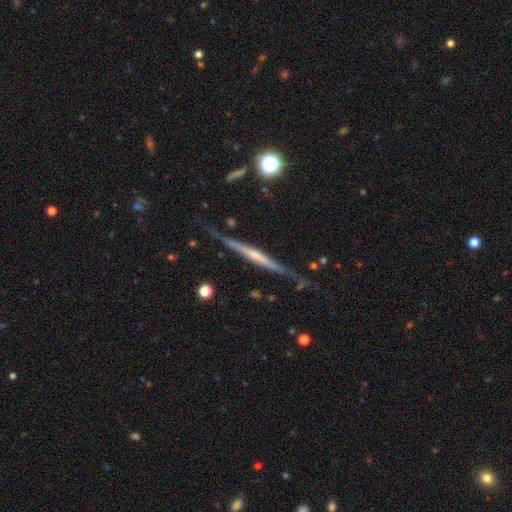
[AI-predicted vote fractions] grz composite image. It shows a featured or disk galaxy (76%) viewed edge-on (96%) with no central bulge (49%). Merging: none (77%).